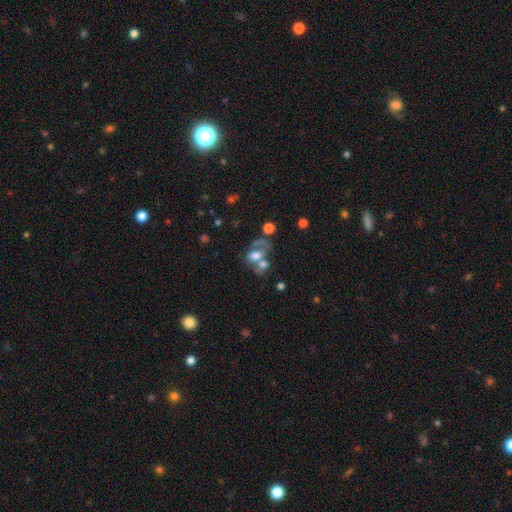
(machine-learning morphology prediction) smooth_or_featured: smooth (p=0.54) [alt: featured or disk p=0.32]
how_rounded: in between (p=0.71) [alt: round p=0.27]
merging: merger (p=0.51) [alt: none p=0.21]